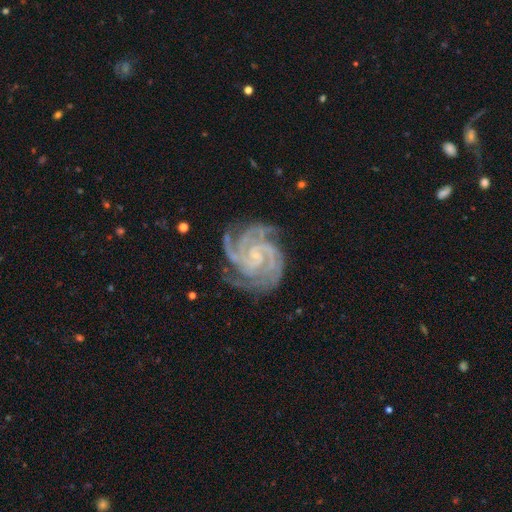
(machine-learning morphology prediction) Smooth or featured? featured or disk (91%)
Edge-on disk? no (98%)
Bar? no (53%)
Spiral arms? yes (99%)
Spiral winding? tight (74%)
Spiral arm count? 4 (39%)
Bulge size? small (74%)
Merging? none (77%)